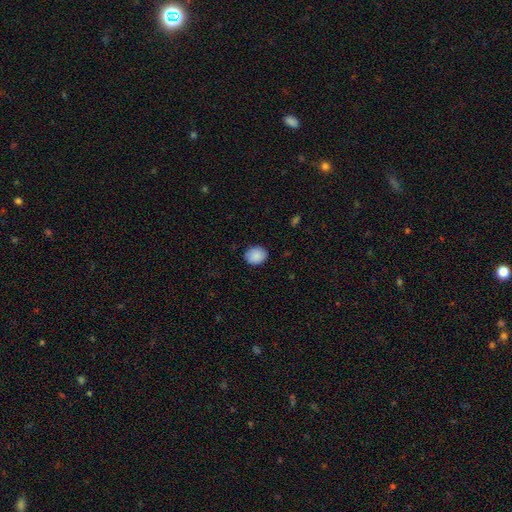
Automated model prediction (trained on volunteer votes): The model was most divided on "how rounded": round: 66%, in between: 33%, cigar-shaped: 1%. More confident: smooth or featured — smooth (89%); merging — none (86%).